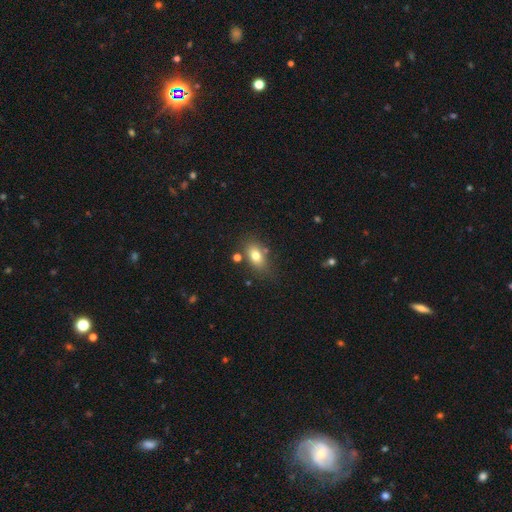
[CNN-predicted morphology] Smooth or featured: smooth — 77% (featured or disk — 13%)
How rounded: in between — 83% (round — 13%)
Merging: none — 70% (minor disturbance — 16%)